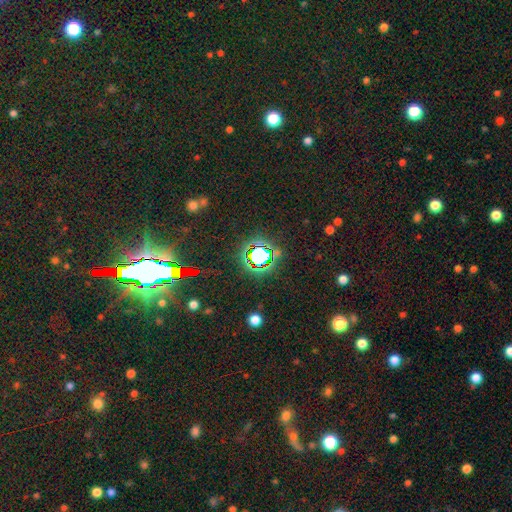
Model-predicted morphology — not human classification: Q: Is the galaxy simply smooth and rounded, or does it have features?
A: star or artifact — 69%.